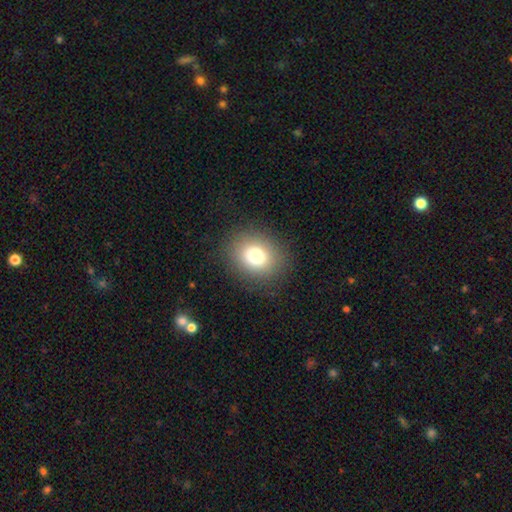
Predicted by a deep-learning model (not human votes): Smooth or featured: smooth — 77% (star or artifact — 13%)
How rounded: round — 63% (in between — 36%)
Merging: none — 87% (minor disturbance — 8%)